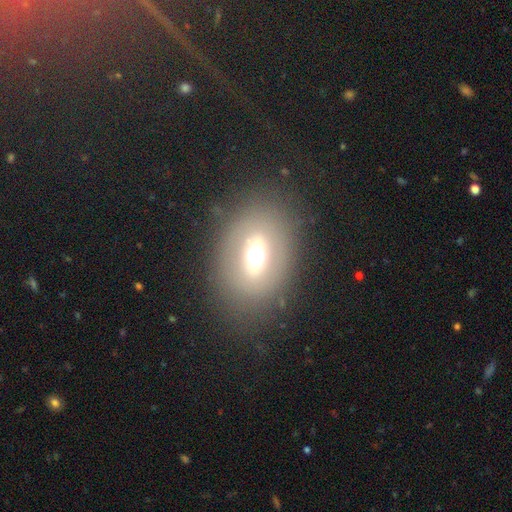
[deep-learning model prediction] This appears to be a smooth galaxy with no disk features (54%) that is in between round and cigar-shaped (62%). Merging: none (80%).